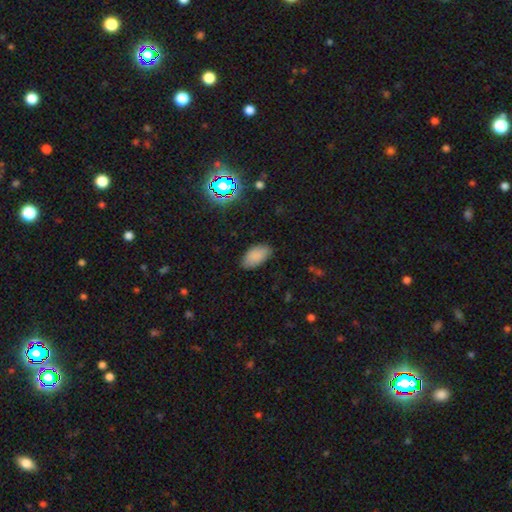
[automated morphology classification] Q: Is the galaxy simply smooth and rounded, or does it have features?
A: smooth — 85%.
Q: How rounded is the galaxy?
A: in between — 95%.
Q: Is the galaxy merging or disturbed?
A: none — 81%.